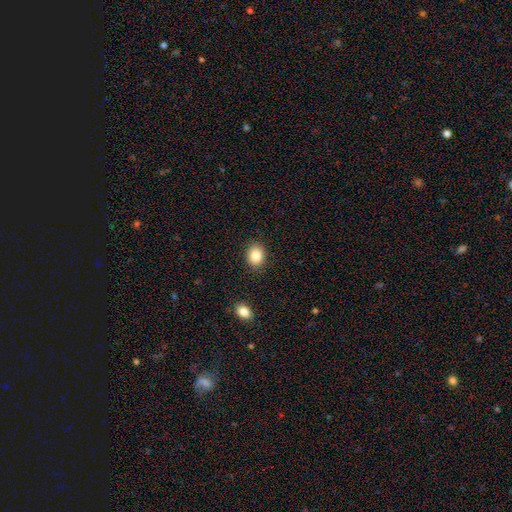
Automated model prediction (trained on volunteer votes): A smooth galaxy with no disk features (85%) that is in between round and cigar-shaped (52%).

Vote fractions:
- Smooth or featured? smooth: 85% / star or artifact: 9% / featured or disk: 6%
- How rounded? in between: 52% / round: 47% / cigar-shaped: 1%
- Merging? none: 88% / minor disturbance: 8% / major disturbance: 2% / merger: 2%